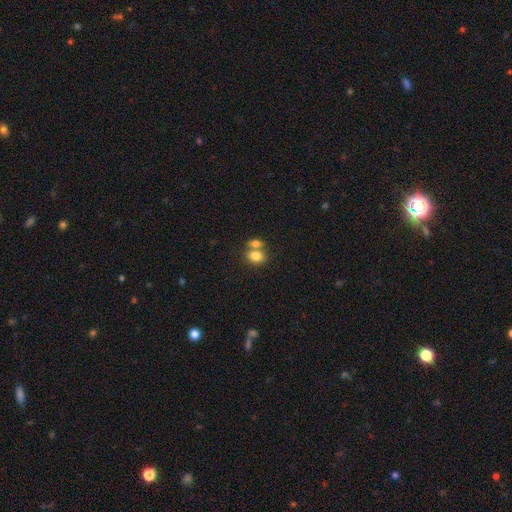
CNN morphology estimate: Smooth or featured? Predicted: smooth (p=0.81). How rounded? Predicted: in between (p=0.57). Merging? Predicted: merger (p=0.50).